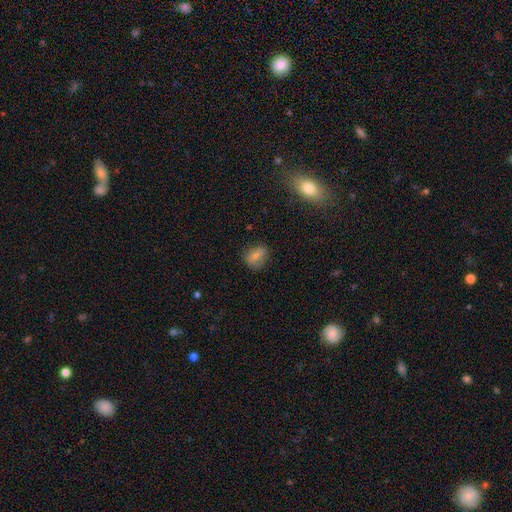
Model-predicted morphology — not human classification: Smooth or featured?
  - smooth: 71% *
  - featured or disk: 18%
  - star or artifact: 11%
How rounded?
  - in between: 65% *
  - round: 33%
  - cigar-shaped: 2%
Merging?
  - none: 66% *
  - minor disturbance: 24%
  - major disturbance: 8%
  - merger: 2%